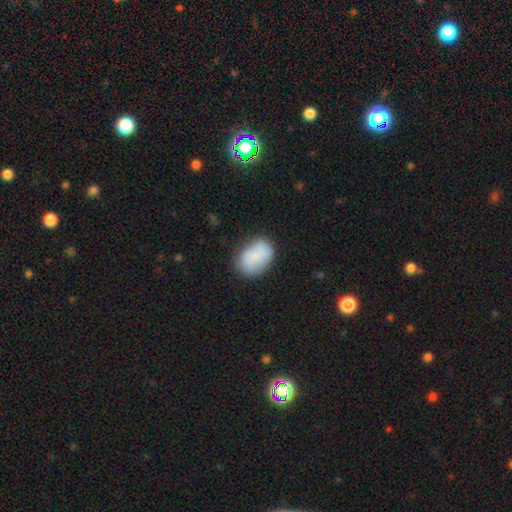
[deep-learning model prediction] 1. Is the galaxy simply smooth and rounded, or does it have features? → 81% smooth, 12% featured or disk, 7% star or artifact.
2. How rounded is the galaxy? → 83% in between, 16% round, 1% cigar-shaped.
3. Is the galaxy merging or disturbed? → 69% none, 23% minor disturbance, 6% major disturbance, 3% merger.